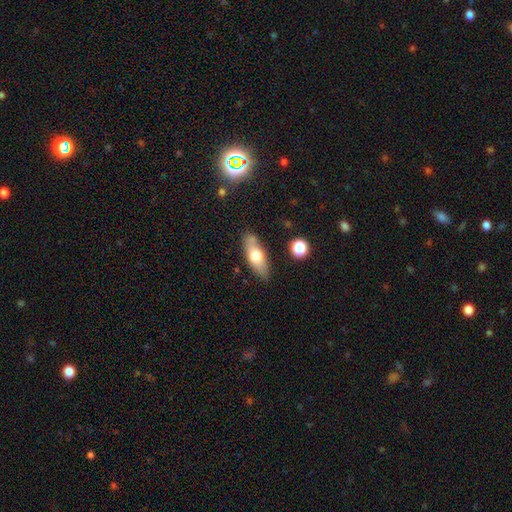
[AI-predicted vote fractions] This appears to be a smooth galaxy with no disk features (61%) that is in between round and cigar-shaped (70%). Merging: none (78%).